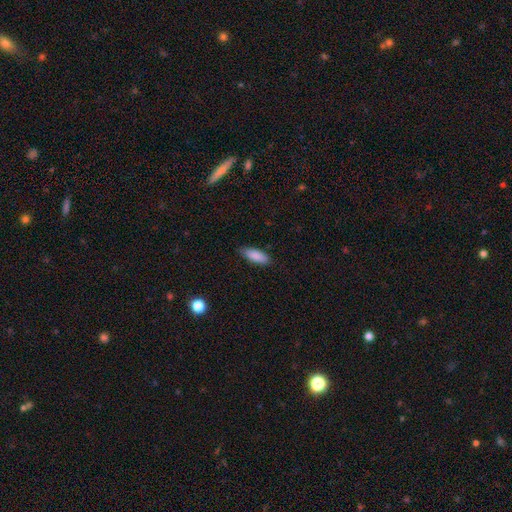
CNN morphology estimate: Smooth or featured? smooth (88%)
How rounded? in between (72%)
Merging? none (83%)